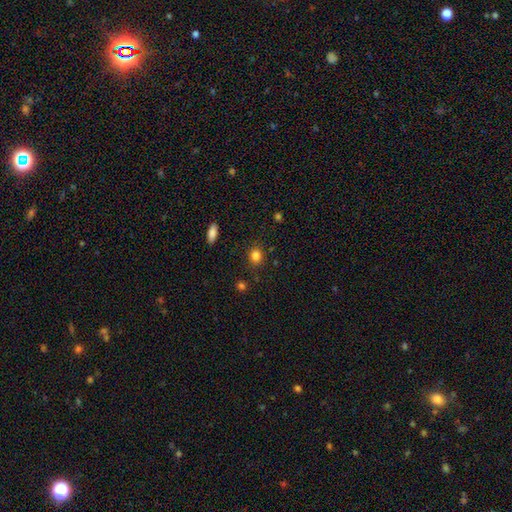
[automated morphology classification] This is clearly a smooth galaxy (83%). How rounded: likely round (72%). Merging: clearly none (85%).